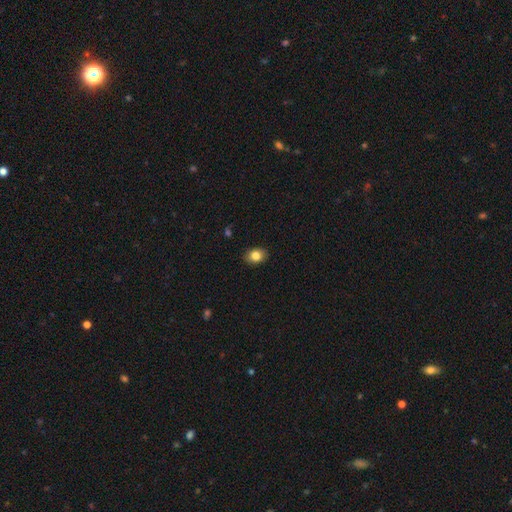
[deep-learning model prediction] This is clearly a smooth galaxy (83%). How rounded: likely in between (70%). Merging: clearly none (88%).